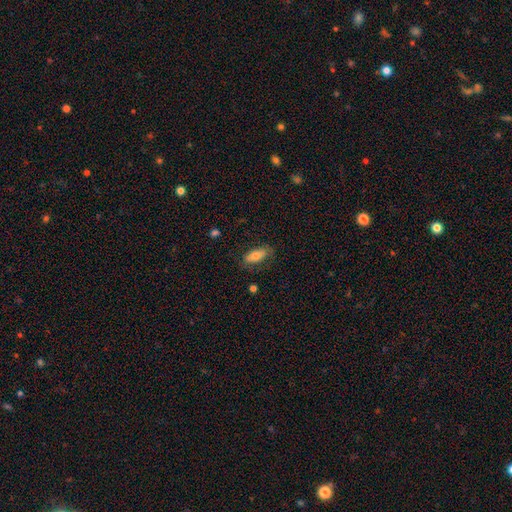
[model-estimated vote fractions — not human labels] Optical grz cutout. It shows a smooth galaxy with no disk features (72%) that is in between round and cigar-shaped (81%). Merging: none (74%).